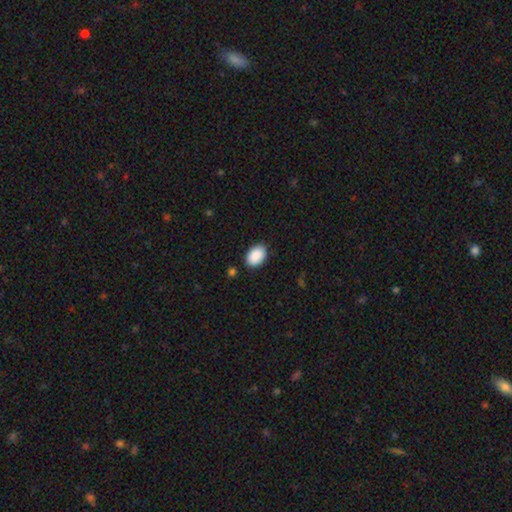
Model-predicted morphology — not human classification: smooth_or_featured: smooth (p=0.91) [alt: star or artifact p=0.06]
how_rounded: in between (p=0.89) [alt: round p=0.10]
merging: none (p=0.86) [alt: minor disturbance p=0.11]